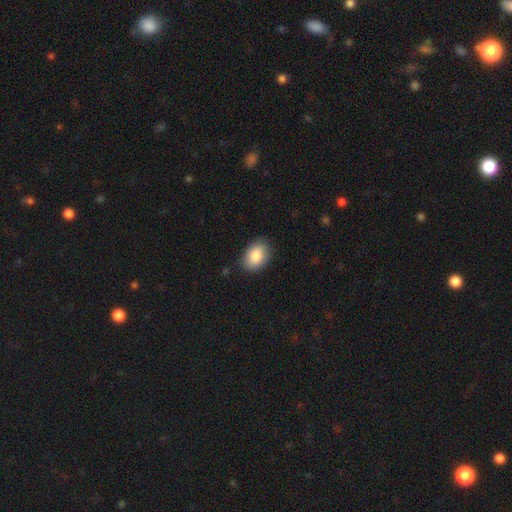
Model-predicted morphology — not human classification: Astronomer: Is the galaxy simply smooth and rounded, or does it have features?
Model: smooth — 86%.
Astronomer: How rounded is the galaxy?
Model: in between — 86%.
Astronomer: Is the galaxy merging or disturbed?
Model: none — 84%.